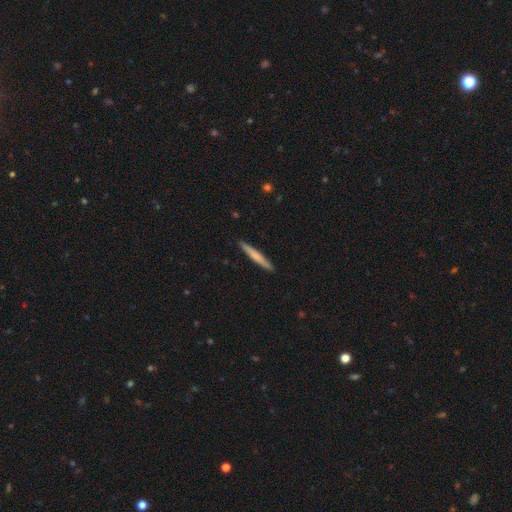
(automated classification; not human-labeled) This is likely a smooth galaxy (66%). How rounded: clearly cigar-shaped (96%). Merging: clearly none (92%).